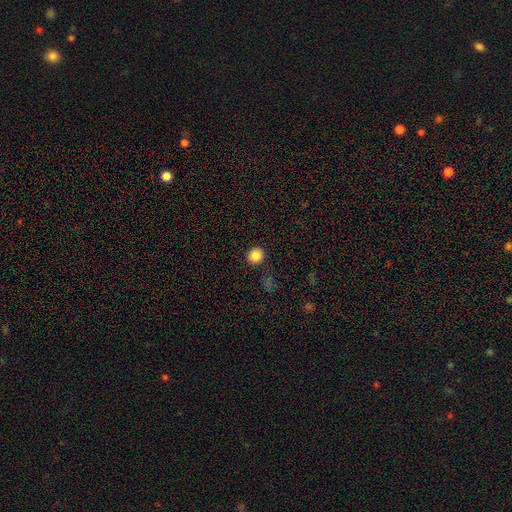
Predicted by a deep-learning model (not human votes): Smooth or featured: smooth — 85% (star or artifact — 11%)
How rounded: round — 91% (in between — 8%)
Merging: none — 90% (minor disturbance — 6%)